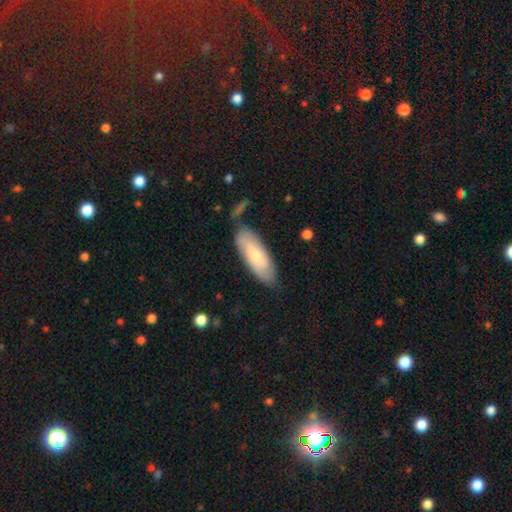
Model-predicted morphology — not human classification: smooth_or_featured: smooth (p=0.58) [alt: featured or disk p=0.36]
how_rounded: in between (p=0.69) [alt: cigar-shaped p=0.29]
merging: none (p=0.72) [alt: minor disturbance p=0.19]